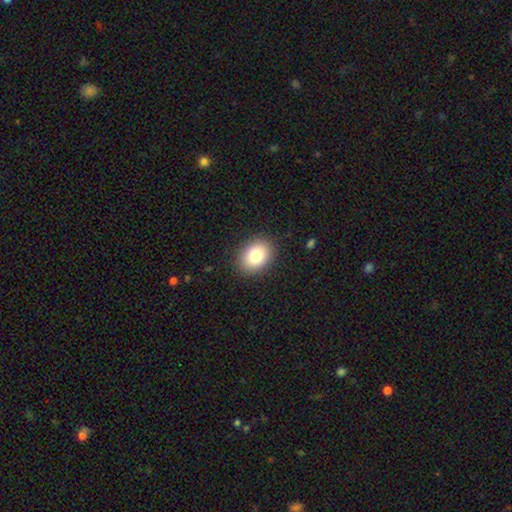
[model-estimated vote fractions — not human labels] smooth 82%, star or artifact 9%, featured or disk 9%. Down the decision tree: how rounded — in between (65%); merging — none (89%).